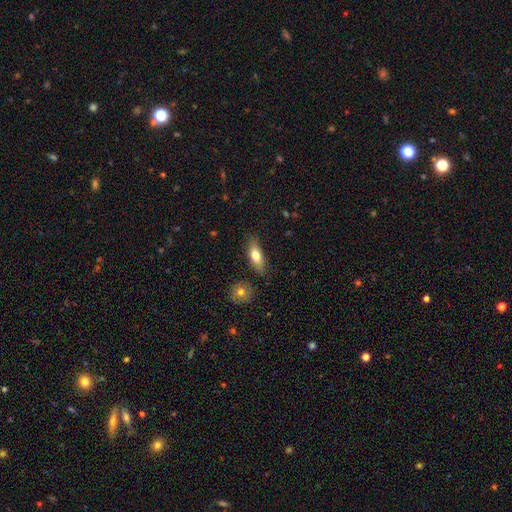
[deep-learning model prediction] smooth-or-featured: smooth: 69% | featured or disk: 25% | star or artifact: 7%
  how-rounded: in between: 62% | cigar-shaped: 34% | round: 4%
  merging: none: 80% | minor disturbance: 14% | major disturbance: 3% | merger: 3%